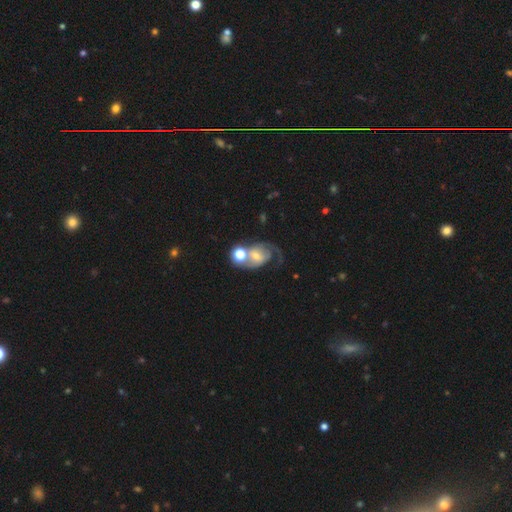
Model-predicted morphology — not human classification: smooth_or_featured: featured or disk (p=0.66) [alt: smooth p=0.25]
disk_edge_on: no (p=0.97) [alt: yes p=0.03]
bar: no (p=0.49) [alt: weak p=0.39]
has_spiral_arms: yes (p=0.85) [alt: no p=0.15]
spiral_winding: loose (p=0.42) [alt: medium p=0.40]
spiral_arm_count: 2 (p=0.61) [alt: 1 p=0.27]
bulge_size: small (p=0.43) [alt: moderate p=0.41]
merging: merger (p=0.34) [alt: none p=0.30]